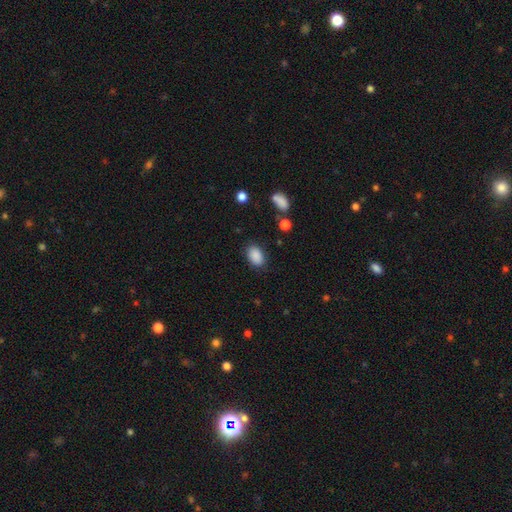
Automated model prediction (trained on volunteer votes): This is clearly a smooth galaxy (88%). How rounded: clearly in between (86%). Merging: clearly none (83%).